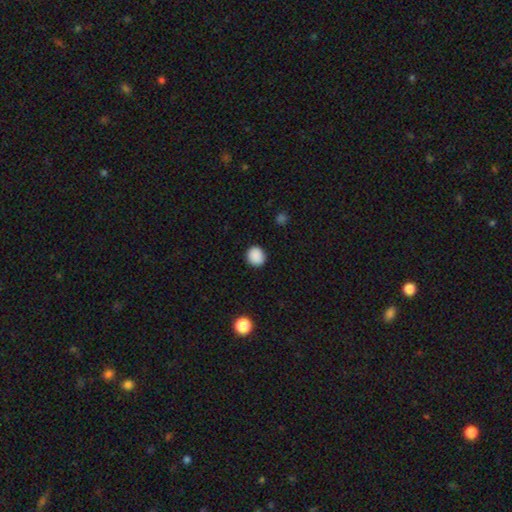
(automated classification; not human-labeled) A smooth galaxy with no disk features (88%) that is round (86%). Merging: none (89%).